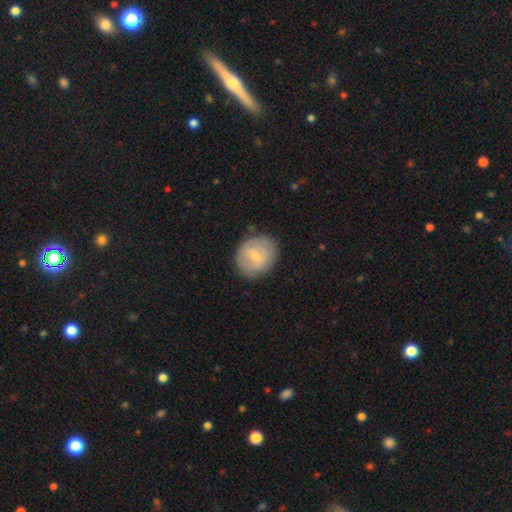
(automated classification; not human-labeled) This is possibly a smooth galaxy (58%). How rounded: likely round (74%). Merging: likely none (78%).